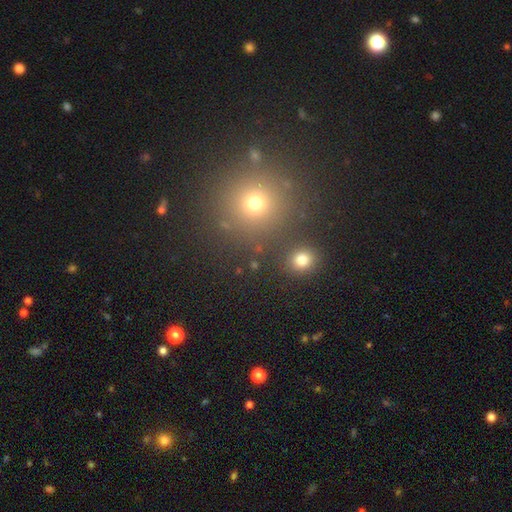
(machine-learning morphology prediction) Smooth or featured? smooth (52%)
How rounded? round (94%)
Merging? none (85%)